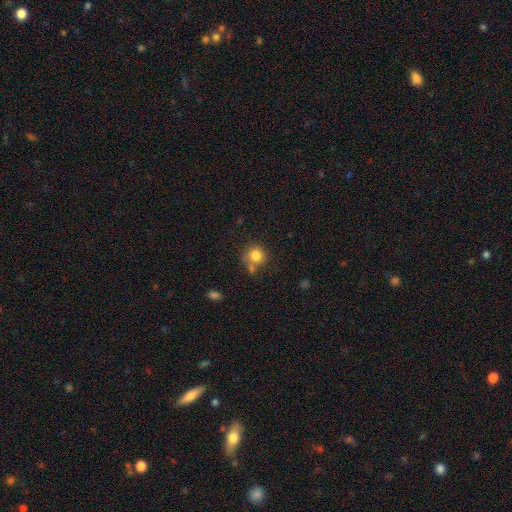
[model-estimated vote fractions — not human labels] Smooth or featured? Predicted: smooth (p=0.82). How rounded? Predicted: round (p=0.89). Merging? Predicted: none (p=0.62).